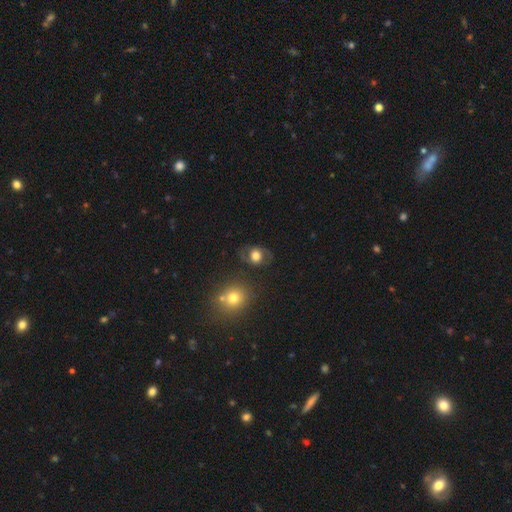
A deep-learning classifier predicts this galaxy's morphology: type=smooth (57%); roundness=round (53%); merging=none (73%).